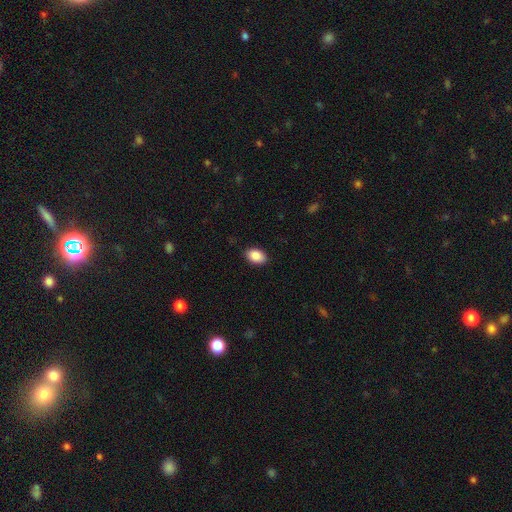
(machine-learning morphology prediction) Smooth or featured?
  - smooth: 89% *
  - star or artifact: 7%
  - featured or disk: 3%
How rounded?
  - in between: 88% *
  - round: 11%
  - cigar-shaped: 1%
Merging?
  - none: 88% *
  - minor disturbance: 9%
  - major disturbance: 2%
  - merger: 1%